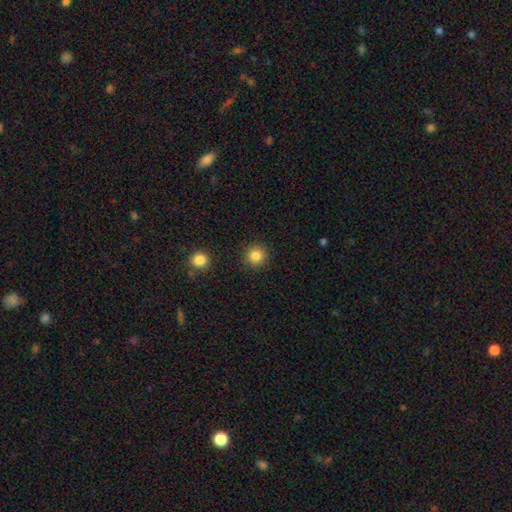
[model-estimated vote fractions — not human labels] This appears to be a smooth galaxy with no disk features (85%) that is round (93%). Merging: none (90%).